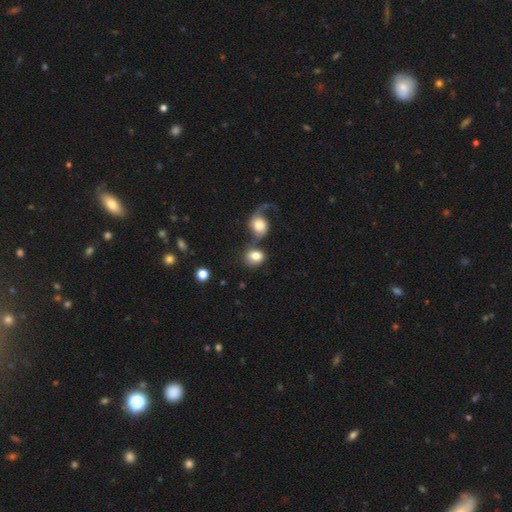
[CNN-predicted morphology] Q: Smooth or featured?
A: smooth (76%); runner-up: featured or disk (15%)
Q: How rounded?
A: round (55%); runner-up: in between (44%)
Q: Merging?
A: none (44%); runner-up: merger (33%)